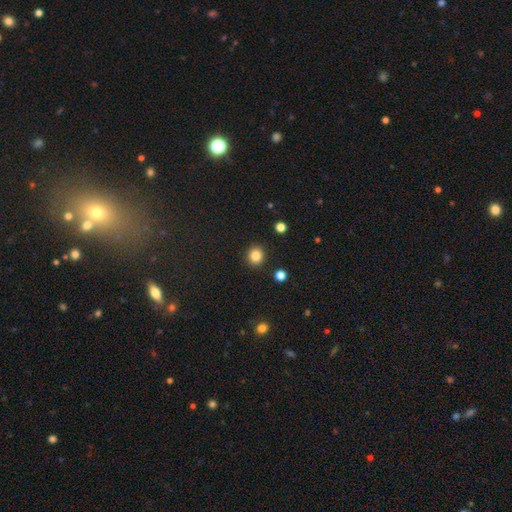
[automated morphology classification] A smooth galaxy with no disk features (84%) that is round (88%).

Vote fractions:
- Smooth or featured? smooth: 84% / star or artifact: 12% / featured or disk: 4%
- How rounded? round: 88% / in between: 11% / cigar-shaped: 1%
- Merging? none: 91% / minor disturbance: 5% / major disturbance: 2% / merger: 2%